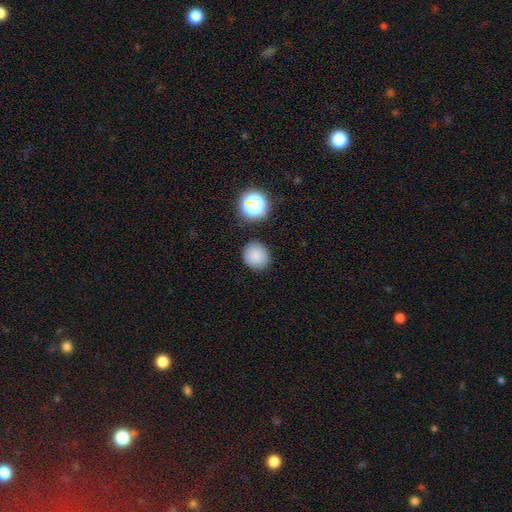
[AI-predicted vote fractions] Smooth or featured? smooth (82%)
How rounded? round (86%)
Merging? none (86%)